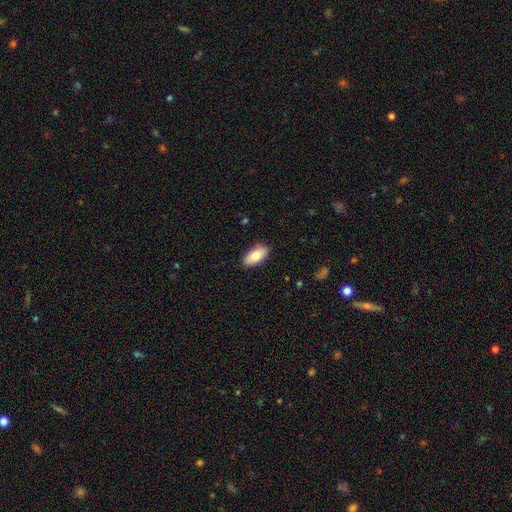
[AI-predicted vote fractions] This is likely a smooth galaxy (78%). How rounded: clearly in between (93%). Merging: clearly none (87%).